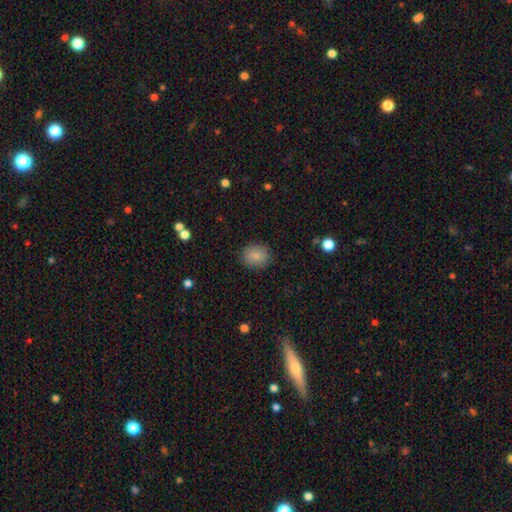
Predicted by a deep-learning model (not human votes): Overall: smooth (86%). How rounded: round (61%; in between 38%). Merging: none (88%).